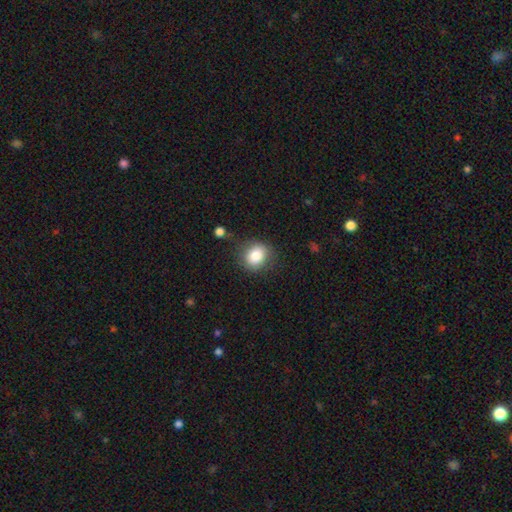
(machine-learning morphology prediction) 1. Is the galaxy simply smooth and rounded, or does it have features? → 83% smooth, 10% star or artifact, 8% featured or disk.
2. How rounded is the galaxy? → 74% round, 25% in between, 1% cigar-shaped.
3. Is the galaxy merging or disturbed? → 79% none, 14% minor disturbance, 5% major disturbance, 2% merger.